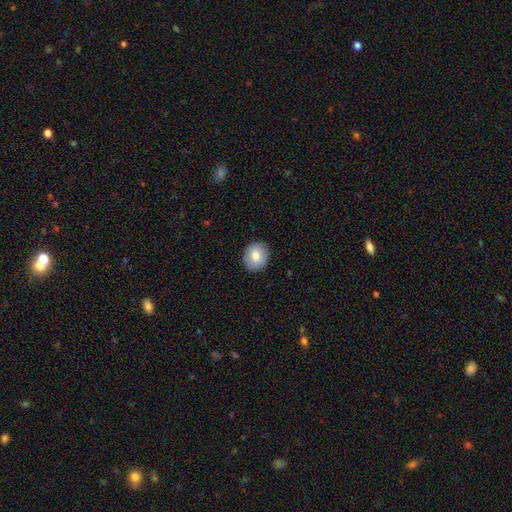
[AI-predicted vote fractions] smooth-or-featured: smooth: 78% | featured or disk: 14% | star or artifact: 8%
  how-rounded: round: 76% | in between: 23% | cigar-shaped: 1%
  merging: none: 90% | minor disturbance: 7% | major disturbance: 2% | merger: 1%